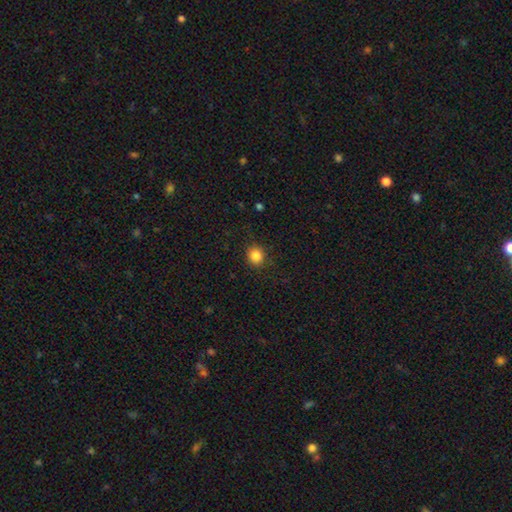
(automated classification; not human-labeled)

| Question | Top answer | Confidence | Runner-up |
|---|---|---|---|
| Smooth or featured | smooth | 85% | star or artifact (11%) |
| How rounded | round | 85% | in between (14%) |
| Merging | none | 88% | minor disturbance (9%) |